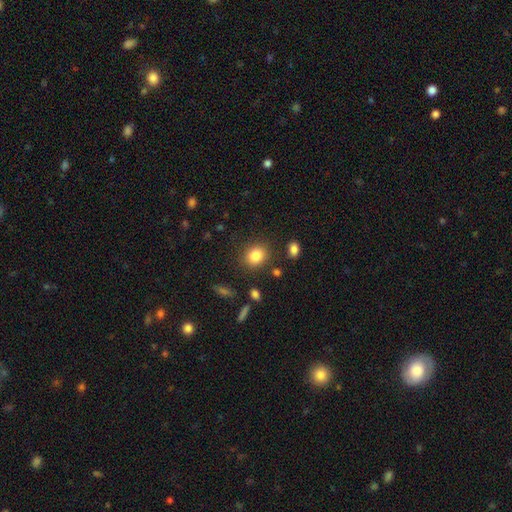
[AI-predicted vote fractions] smooth-or-featured: smooth: 84% | star or artifact: 10% | featured or disk: 6%
  how-rounded: round: 57% | in between: 41% | cigar-shaped: 1%
  merging: none: 83% | minor disturbance: 10% | major disturbance: 4% | merger: 3%